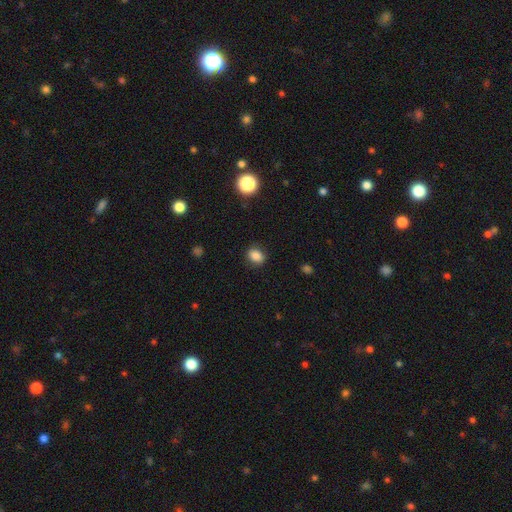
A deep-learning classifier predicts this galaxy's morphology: type=smooth (85%); roundness=in between (55%); merging=none (87%).